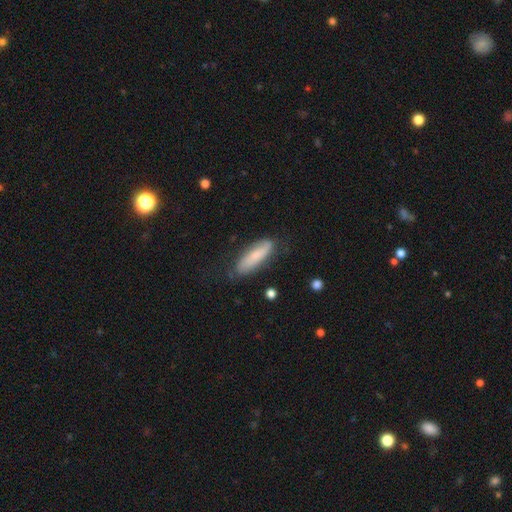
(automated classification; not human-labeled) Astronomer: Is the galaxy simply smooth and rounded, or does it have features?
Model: smooth — 70%.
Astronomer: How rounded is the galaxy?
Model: cigar-shaped — 56% (runner-up: in between, 42%).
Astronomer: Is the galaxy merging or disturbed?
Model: none — 73%.